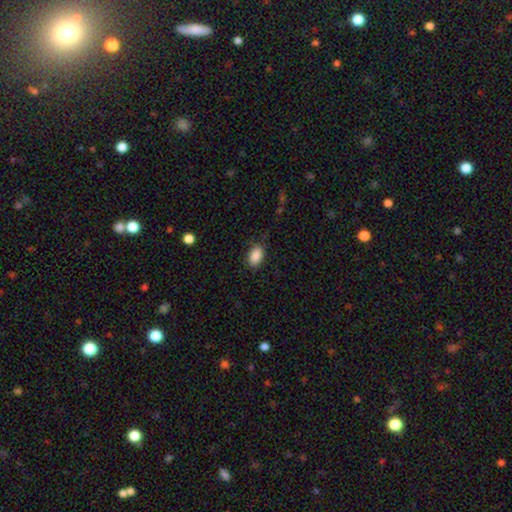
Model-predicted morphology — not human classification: Overall: smooth (89%). How rounded: in between (91%). Merging: none (83%).